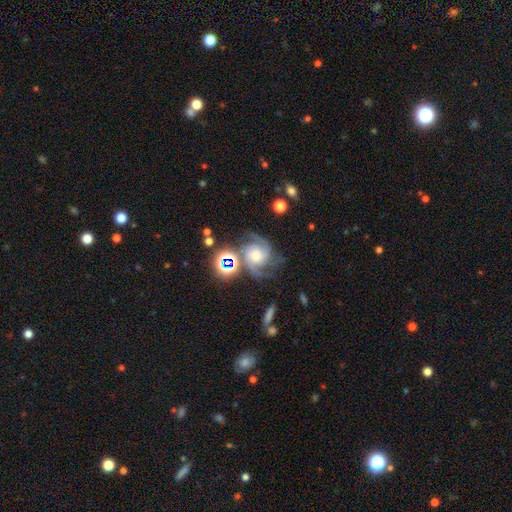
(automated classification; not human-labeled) This appears to be a featured or disk galaxy (81%) with no bar (65%), 2 (41%) medium (53%) spiral arms (97%) and a moderate central bulge (50%). Merging: none (60%).